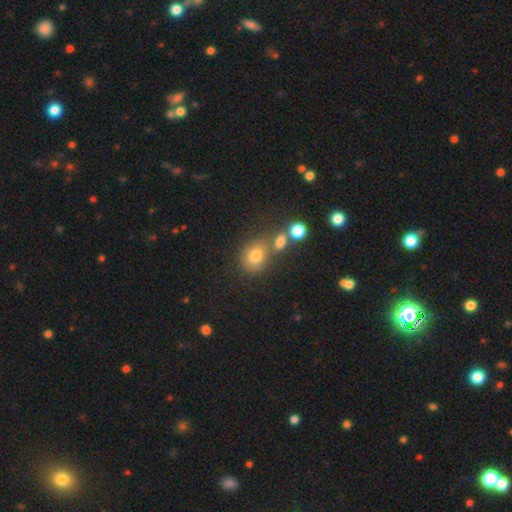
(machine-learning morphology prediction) type=smooth (75%); roundness=round (63%); merging=none (56%).